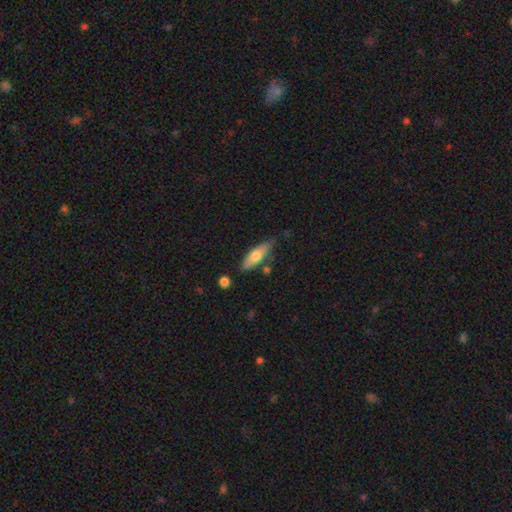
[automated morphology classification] smooth_or_featured: smooth (p=0.64) [alt: featured or disk p=0.30]
how_rounded: in between (p=0.53) [alt: cigar-shaped p=0.44]
merging: none (p=0.74) [alt: minor disturbance p=0.18]